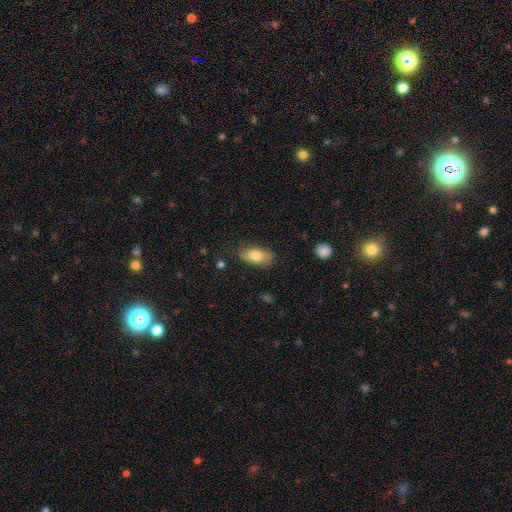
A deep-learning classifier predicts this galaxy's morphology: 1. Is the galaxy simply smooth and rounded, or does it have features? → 79% smooth, 14% featured or disk, 7% star or artifact.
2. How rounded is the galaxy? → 89% in between, 6% cigar-shaped, 5% round.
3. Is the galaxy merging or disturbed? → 77% none, 17% minor disturbance, 4% major disturbance, 1% merger.